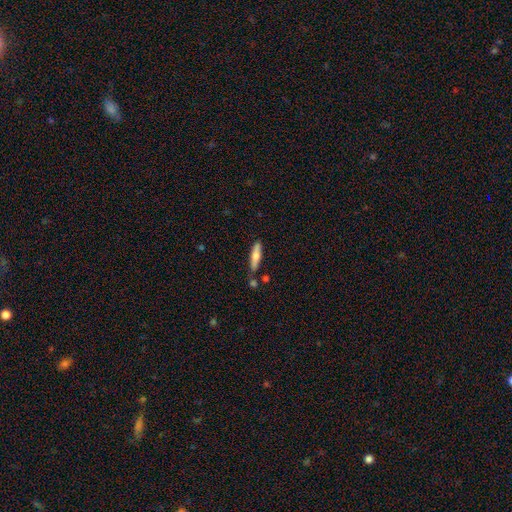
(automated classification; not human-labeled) Smooth or featured? Predicted: smooth (p=0.62). How rounded? Predicted: cigar-shaped (p=0.79). Merging? Predicted: none (p=0.72).